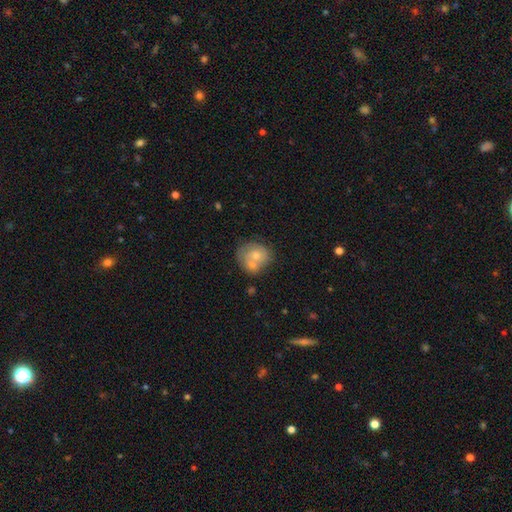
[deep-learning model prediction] Smooth or featured?
  - smooth: 51% *
  - featured or disk: 39%
  - star or artifact: 10%
How rounded?
  - round: 78% *
  - in between: 21%
  - cigar-shaped: 1%
Merging?
  - none: 43% *
  - merger: 40%
  - minor disturbance: 13%
  - major disturbance: 5%